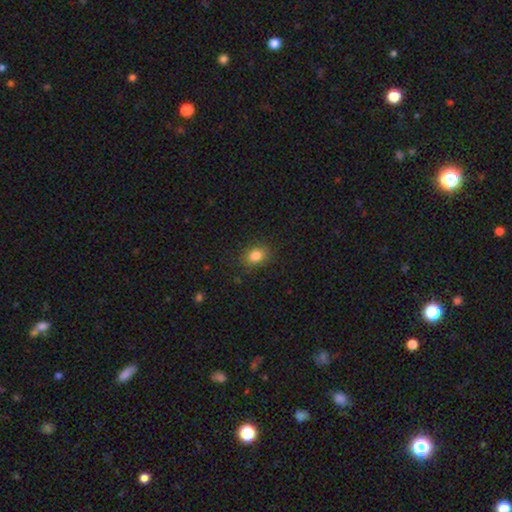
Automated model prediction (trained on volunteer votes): Smooth or featured? smooth (84%)
How rounded? in between (61%)
Merging? none (84%)